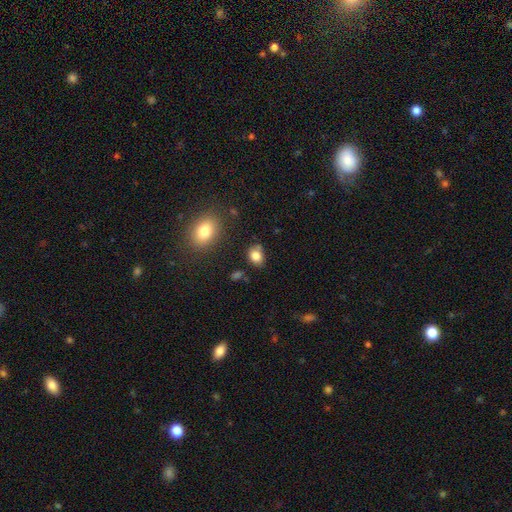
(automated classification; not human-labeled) Smooth or featured: smooth — 82% (star or artifact — 11%)
How rounded: in between — 58% (round — 41%)
Merging: none — 71% (minor disturbance — 17%)